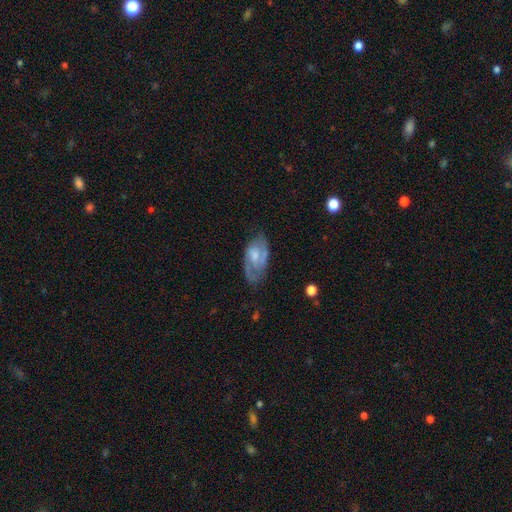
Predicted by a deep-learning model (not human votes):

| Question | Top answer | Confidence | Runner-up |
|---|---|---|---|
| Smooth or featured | featured or disk | 69% | smooth (24%) |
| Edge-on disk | no | 95% | yes (5%) |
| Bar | no | 48% | weak (44%) |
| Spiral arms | yes | 86% | no (14%) |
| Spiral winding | medium | 47% | tight (37%) |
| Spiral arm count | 2 | 67% | can't tell (18%) |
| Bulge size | moderate | 38% | small (30%) |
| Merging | none | 63% | minor disturbance (24%) |